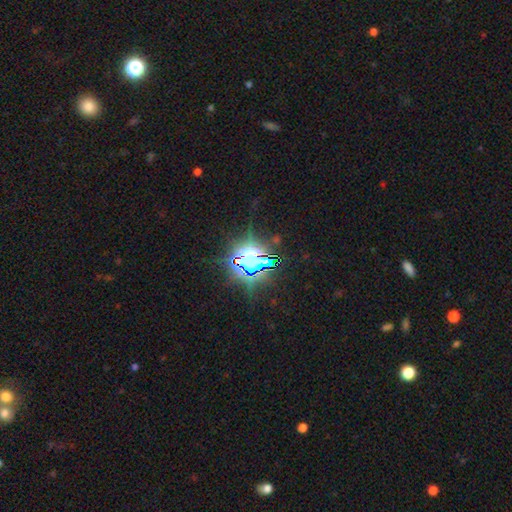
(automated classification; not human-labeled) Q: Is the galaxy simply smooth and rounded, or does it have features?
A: star or artifact — 78%.